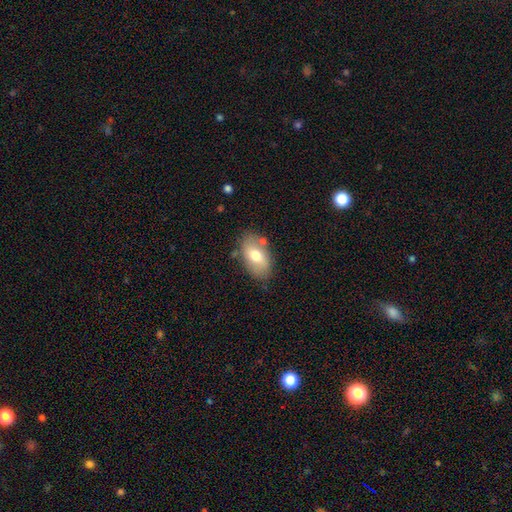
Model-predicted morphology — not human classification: Overall: smooth (68%). How rounded: in between (92%). Merging: none (75%).